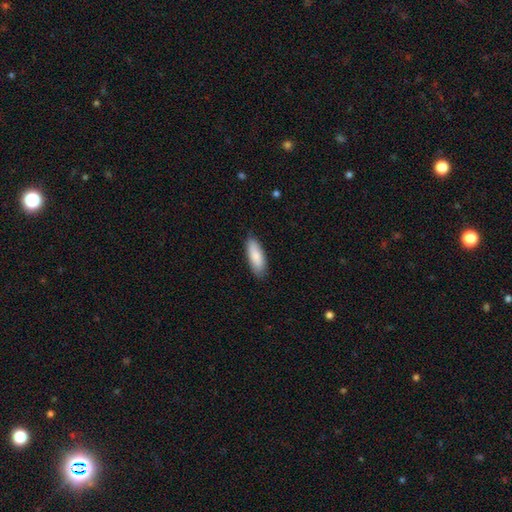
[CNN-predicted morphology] A smooth galaxy with no disk features (86%) that is in between round and cigar-shaped (67%). Merging: none (86%).